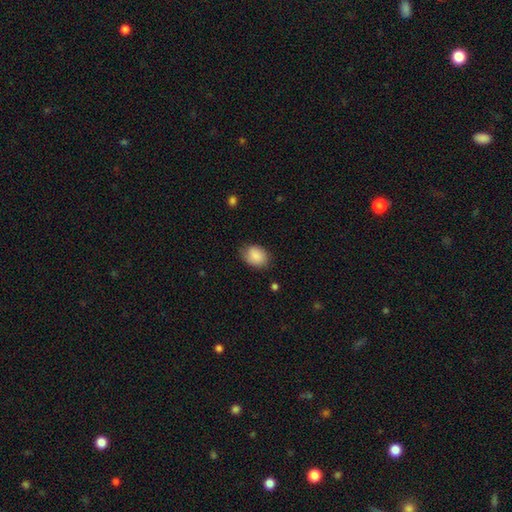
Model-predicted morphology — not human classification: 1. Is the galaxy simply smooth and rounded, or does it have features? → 87% smooth, 7% star or artifact, 6% featured or disk.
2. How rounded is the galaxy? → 67% in between, 32% round, 1% cigar-shaped.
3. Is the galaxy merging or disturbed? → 72% none, 22% minor disturbance, 5% major disturbance, 1% merger.